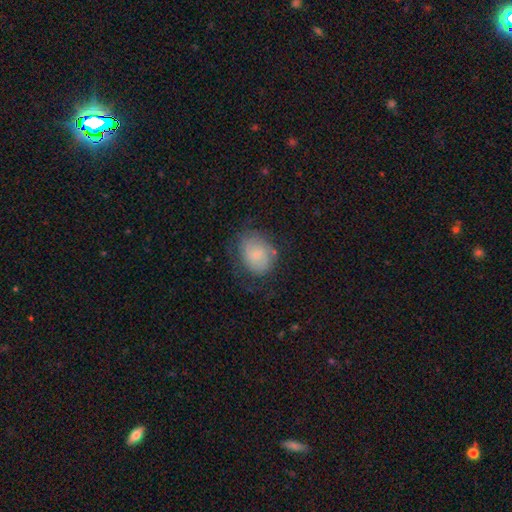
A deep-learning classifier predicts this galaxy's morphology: A smooth galaxy with no disk features (69%) that is in between round and cigar-shaped (51%).

Vote fractions:
- Smooth or featured? smooth: 69% / featured or disk: 22% / star or artifact: 9%
- How rounded? in between: 51% / round: 48% / cigar-shaped: 1%
- Merging? none: 61% / minor disturbance: 25% / major disturbance: 12% / merger: 2%